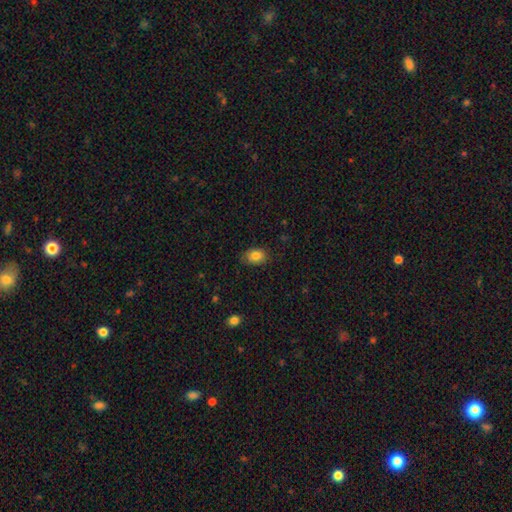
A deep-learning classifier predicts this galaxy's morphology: Smooth or featured? Predicted: smooth (p=0.83). How rounded? Predicted: in between (p=0.75). Merging? Predicted: none (p=0.79).